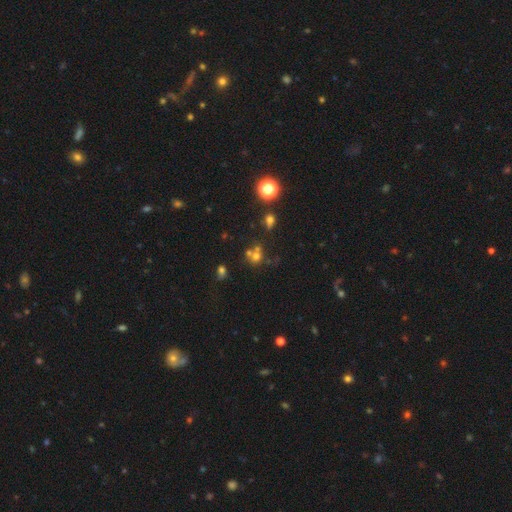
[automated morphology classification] type=smooth (58%); roundness=round (80%); merging=none (44%).